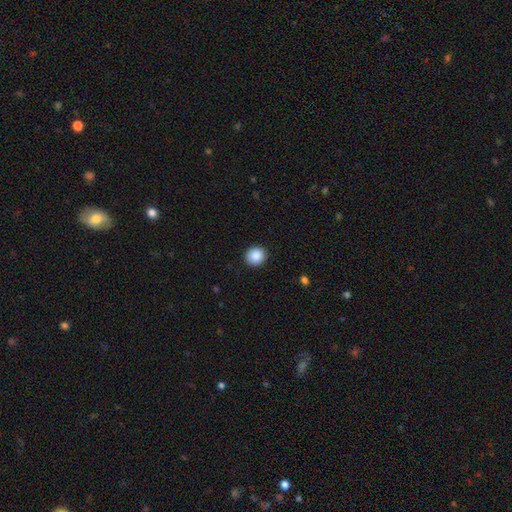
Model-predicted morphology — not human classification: Smooth or featured: smooth — 88% (star or artifact — 8%)
How rounded: round — 88% (in between — 12%)
Merging: none — 91% (minor disturbance — 6%)